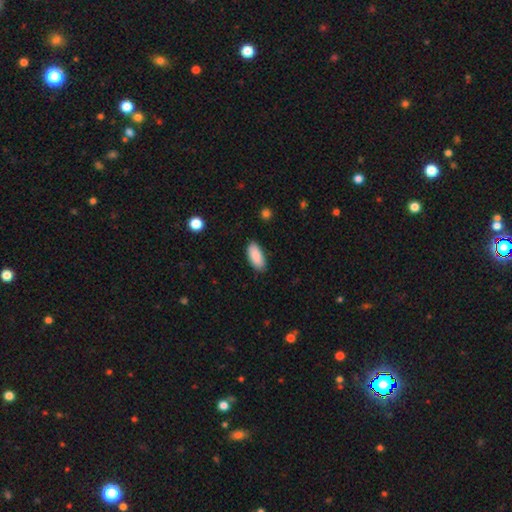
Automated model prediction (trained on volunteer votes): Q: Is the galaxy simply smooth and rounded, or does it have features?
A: smooth — 88%.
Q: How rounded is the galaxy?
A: in between — 88%.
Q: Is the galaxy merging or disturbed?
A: none — 84%.